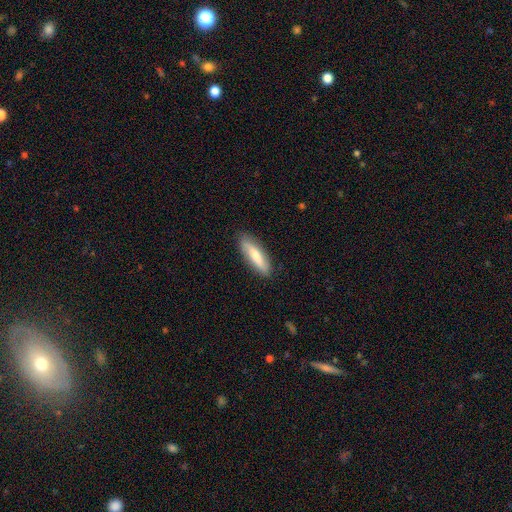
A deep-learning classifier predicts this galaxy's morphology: type=smooth (70%); roundness=cigar-shaped (61%); merging=none (85%).